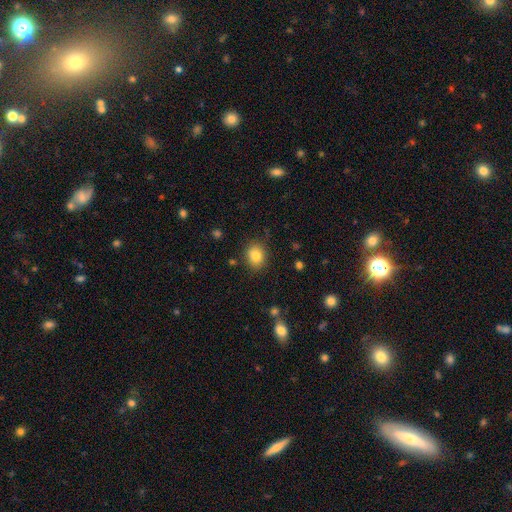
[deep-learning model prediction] Overall: smooth (82%). How rounded: round (60%; in between 40%). Merging: none (83%).